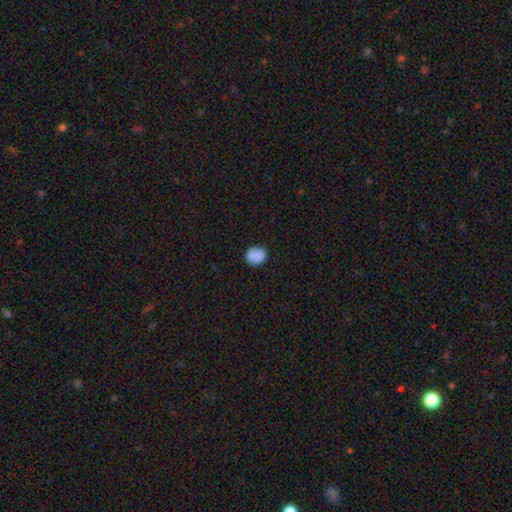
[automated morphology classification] Smooth or featured? Predicted: smooth (p=0.85). How rounded? Predicted: round (p=0.65). Merging? Predicted: none (p=0.79).